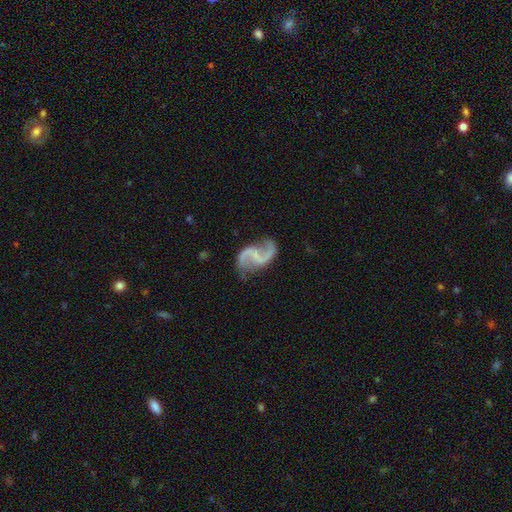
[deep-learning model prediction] Smooth or featured? Predicted: featured or disk (p=0.91). Edge-on disk? Predicted: no (p=0.98). Bar? Predicted: weak (p=0.43). Spiral arms? Predicted: yes (p=0.97). Spiral winding? Predicted: loose (p=0.71). Spiral arm count? Predicted: 2 (p=0.94). Bulge size? Predicted: none (p=0.60). Merging? Predicted: none (p=0.77).